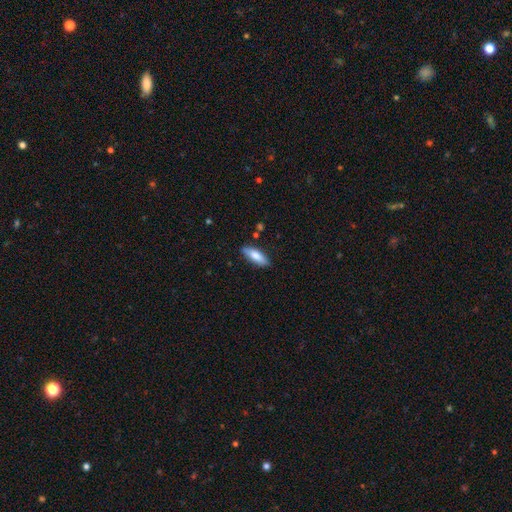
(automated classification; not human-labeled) A smooth galaxy with no disk features (79%) that is in between round and cigar-shaped (60%).

Vote fractions:
- Smooth or featured? smooth: 79% / featured or disk: 15% / star or artifact: 6%
- How rounded? in between: 60% / cigar-shaped: 38% / round: 2%
- Merging? none: 83% / minor disturbance: 13% / major disturbance: 2% / merger: 2%